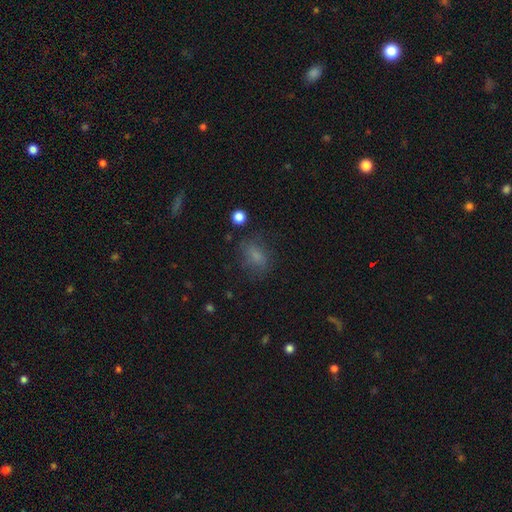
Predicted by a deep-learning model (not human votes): The model was most divided on "merging": none: 67%, minor disturbance: 20%, major disturbance: 11%, merger: 2%. More confident: how rounded — in between (75%); smooth or featured — smooth (72%).